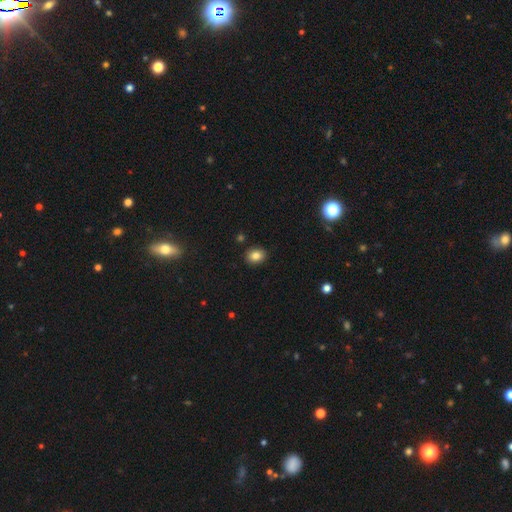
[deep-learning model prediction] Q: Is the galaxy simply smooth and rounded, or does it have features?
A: smooth — 84%.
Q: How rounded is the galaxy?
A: in between — 58%.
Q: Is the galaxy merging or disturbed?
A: none — 88%.